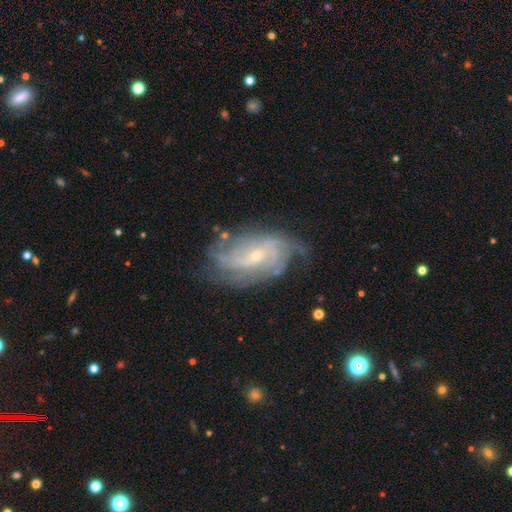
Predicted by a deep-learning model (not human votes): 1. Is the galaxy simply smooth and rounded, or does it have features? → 86% featured or disk, 7% smooth, 7% star or artifact.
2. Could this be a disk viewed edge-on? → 96% no, 4% yes.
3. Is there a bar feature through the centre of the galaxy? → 50% no, 39% weak, 10% strong.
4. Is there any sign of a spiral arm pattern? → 95% yes, 5% no.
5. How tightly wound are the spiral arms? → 57% tight, 33% medium, 10% loose.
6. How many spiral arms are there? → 35% can't tell, 21% 4, 14% 3, 13% 2, 11% more than 4, 6% 1.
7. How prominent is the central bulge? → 74% small, 22% moderate, 2% none, 1% large, 1% dominant.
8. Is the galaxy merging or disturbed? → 69% none, 20% minor disturbance, 9% major disturbance, 2% merger.